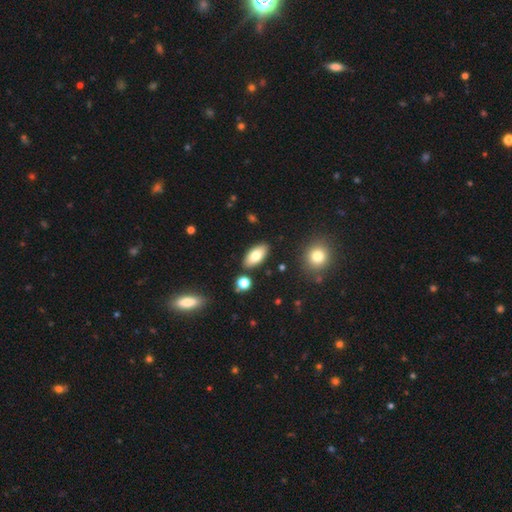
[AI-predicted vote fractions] This appears to be a smooth galaxy with no disk features (78%) that is in between round and cigar-shaped (90%). Merging: none (86%).